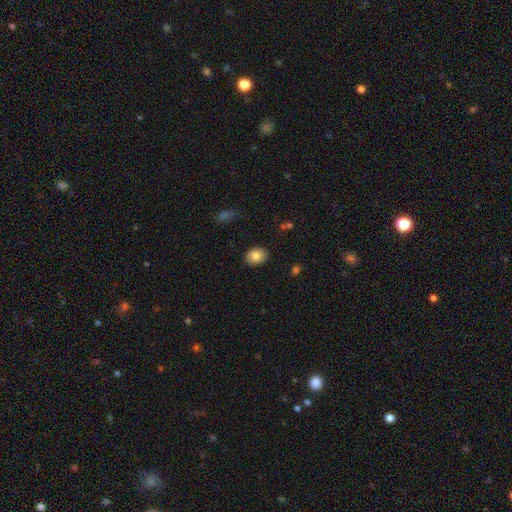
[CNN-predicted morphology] A smooth galaxy with no disk features (83%) that is in between round and cigar-shaped (57%).

Vote fractions:
- Smooth or featured? smooth: 83% / featured or disk: 9% / star or artifact: 8%
- How rounded? in between: 57% / round: 42% / cigar-shaped: 1%
- Merging? none: 88% / minor disturbance: 9% / major disturbance: 2% / merger: 1%